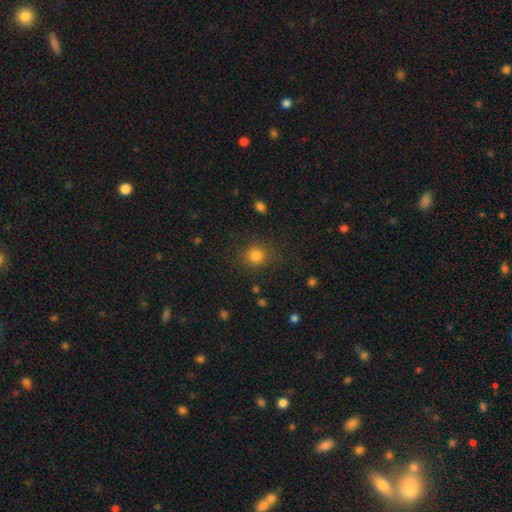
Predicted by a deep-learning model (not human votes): smooth-or-featured: smooth: 82% | star or artifact: 13% | featured or disk: 5%
  how-rounded: round: 89% | in between: 10% | cigar-shaped: 1%
  merging: none: 84% | minor disturbance: 9% | major disturbance: 5% | merger: 2%